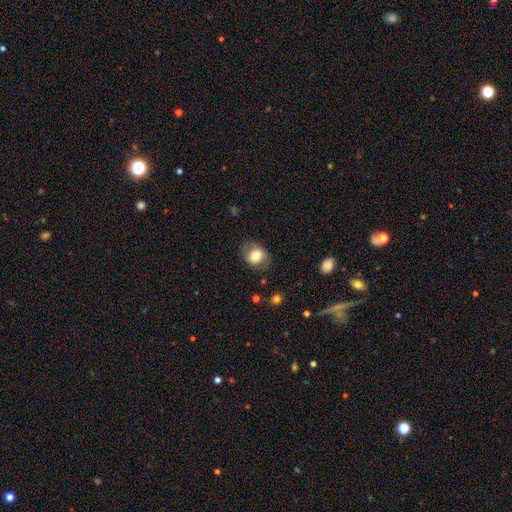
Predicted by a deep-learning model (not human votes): A smooth galaxy with no disk features (75%) that is in between round and cigar-shaped (61%). Merging: none (76%).